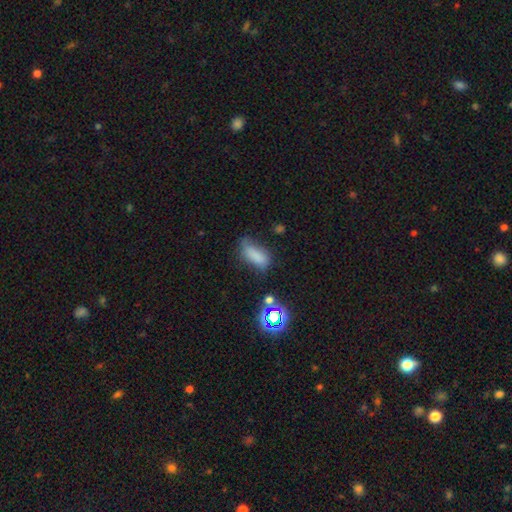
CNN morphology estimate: Smooth or featured: smooth — 75% (star or artifact — 15%)
How rounded: in between — 79% (cigar-shaped — 15%)
Merging: none — 47% (minor disturbance — 32%)